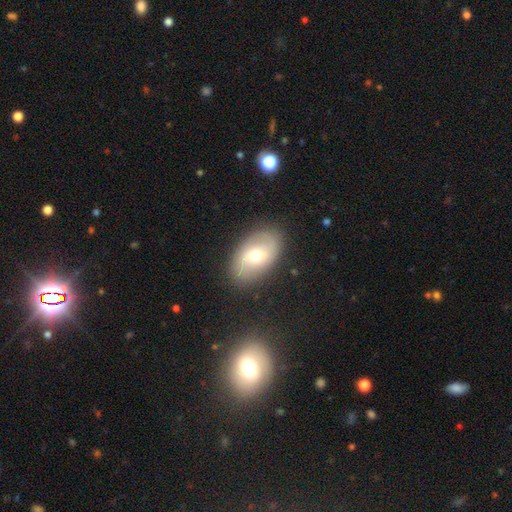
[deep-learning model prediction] This appears to be a featured or disk galaxy (46%, tied with smooth). Merging: none (85%).